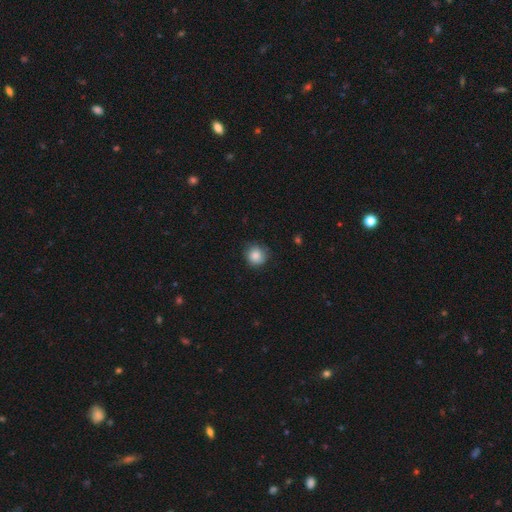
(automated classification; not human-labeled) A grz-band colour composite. It shows a smooth galaxy with no disk features (84%) that is round (90%). Merging: none (76%).